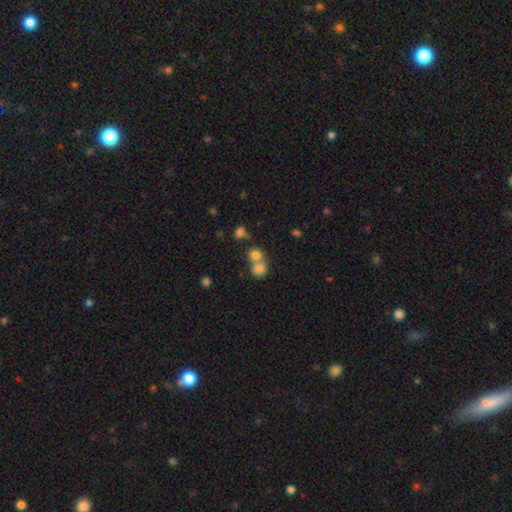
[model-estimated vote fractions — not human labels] A smooth galaxy with no disk features (78%) that is round (84%).

Vote fractions:
- Smooth or featured? smooth: 78% / star or artifact: 13% / featured or disk: 8%
- How rounded? round: 84% / in between: 15% / cigar-shaped: 1%
- Merging? merger: 49% / none: 42% / minor disturbance: 6% / major disturbance: 3%